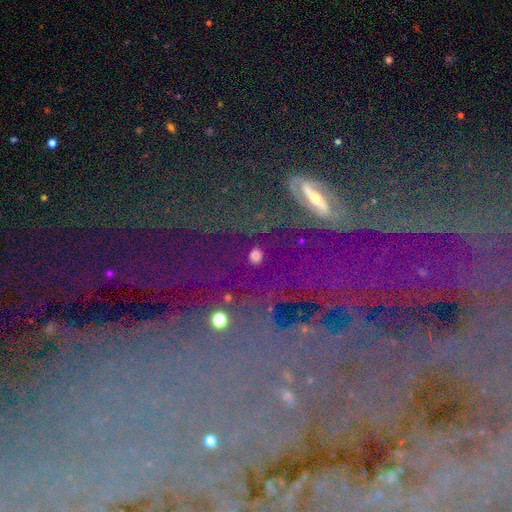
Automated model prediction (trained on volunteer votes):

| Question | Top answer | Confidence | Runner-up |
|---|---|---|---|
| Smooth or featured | smooth | 56% | star or artifact (29%) |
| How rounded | round | 67% | in between (30%) |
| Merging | none | 82% | minor disturbance (9%) |